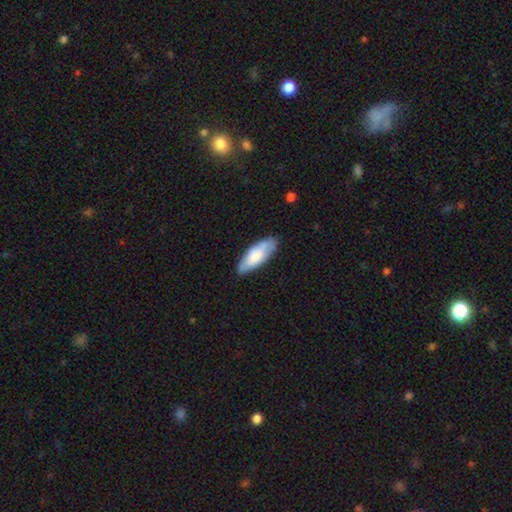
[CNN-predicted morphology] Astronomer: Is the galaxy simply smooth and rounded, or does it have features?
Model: smooth — 75%.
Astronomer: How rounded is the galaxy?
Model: in between — 71%.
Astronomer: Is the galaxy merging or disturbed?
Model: none — 77%.